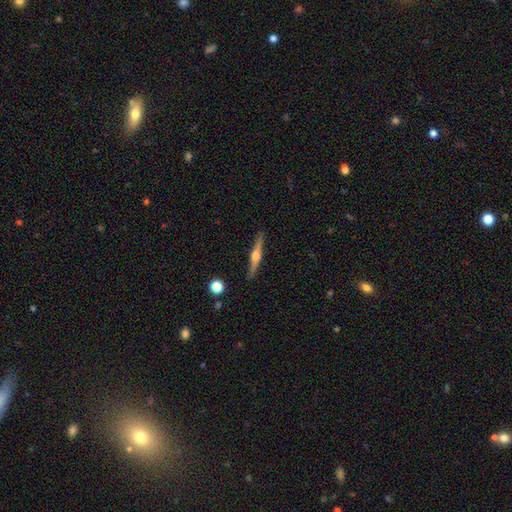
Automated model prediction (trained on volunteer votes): Smooth or featured? featured or disk (75%)
Edge-on disk? yes (98%)
Edge-on bulge? rounded (90%)
Merging? none (90%)